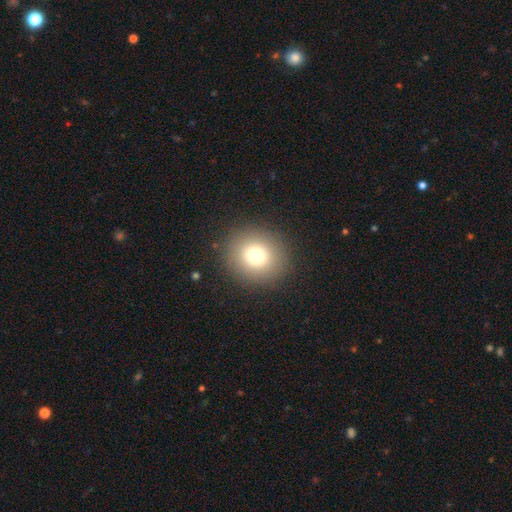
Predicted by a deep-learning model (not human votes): A smooth galaxy with no disk features (75%) that is round (86%).

Vote fractions:
- Smooth or featured? smooth: 75% / star or artifact: 13% / featured or disk: 12%
- How rounded? round: 86% / in between: 13% / cigar-shaped: 1%
- Merging? none: 89% / minor disturbance: 7% / major disturbance: 3% / merger: 1%